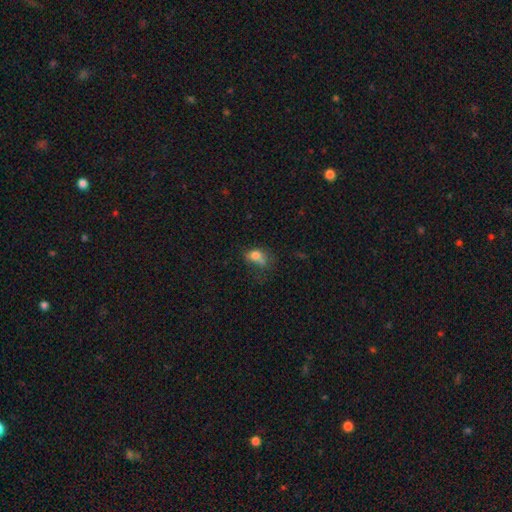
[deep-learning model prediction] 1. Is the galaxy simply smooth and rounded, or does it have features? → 73% smooth, 15% featured or disk, 12% star or artifact.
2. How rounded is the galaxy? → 66% in between, 32% round, 2% cigar-shaped.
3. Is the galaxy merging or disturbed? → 29% merger, 28% none, 22% minor disturbance, 20% major disturbance.